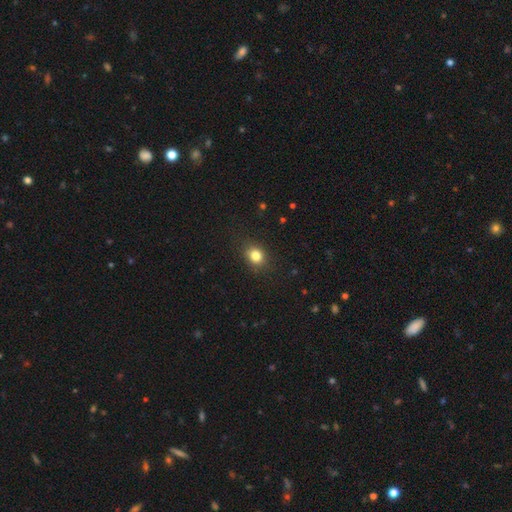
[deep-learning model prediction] Smooth or featured? smooth (82%)
How rounded? round (60%)
Merging? none (87%)